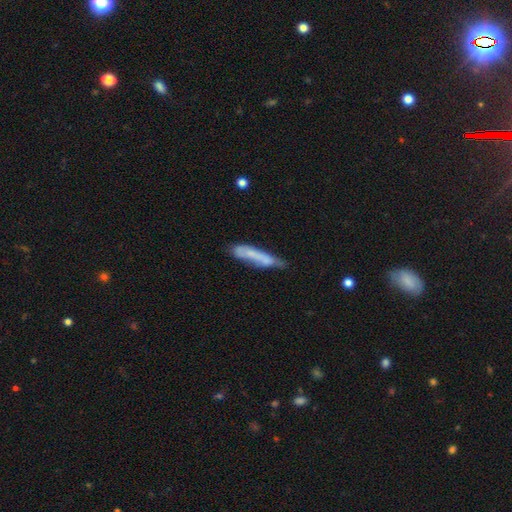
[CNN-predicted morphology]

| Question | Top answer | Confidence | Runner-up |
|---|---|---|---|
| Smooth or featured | smooth | 58% | featured or disk (34%) |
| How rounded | cigar-shaped | 86% | in between (12%) |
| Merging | none | 50% | minor disturbance (31%) |